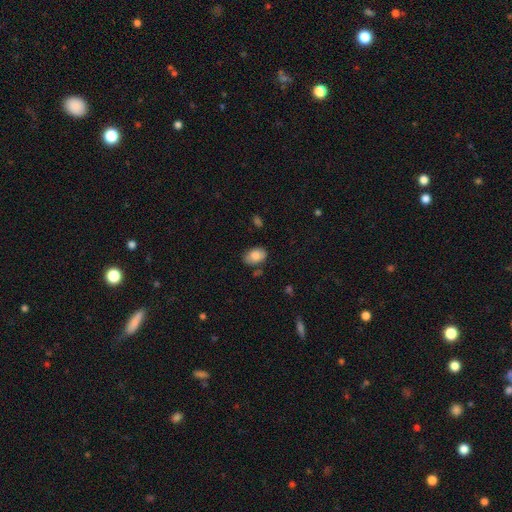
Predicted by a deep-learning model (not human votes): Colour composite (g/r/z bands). It shows a smooth galaxy with no disk features (83%) that is in between round and cigar-shaped (86%). Merging: none (73%).